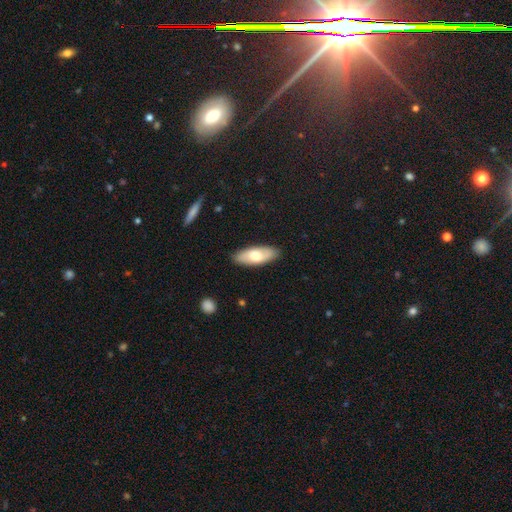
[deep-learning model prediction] smooth-or-featured: smooth: 67% | featured or disk: 28% | star or artifact: 5%
  how-rounded: in between: 78% | cigar-shaped: 19% | round: 2%
  merging: none: 88% | minor disturbance: 9% | major disturbance: 2% | merger: 1%